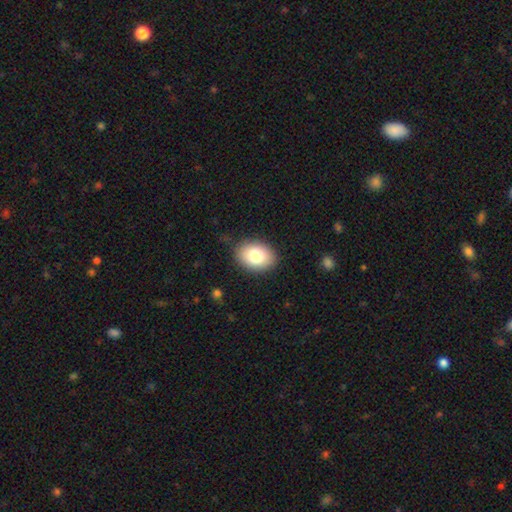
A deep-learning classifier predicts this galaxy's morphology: This is clearly a smooth galaxy (81%). How rounded: likely in between (77%). Merging: clearly none (85%).